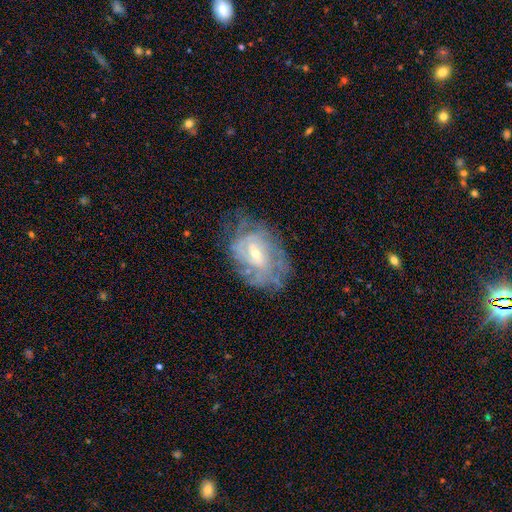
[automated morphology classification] smooth_or_featured: featured or disk (p=0.73) [alt: smooth p=0.17]
disk_edge_on: no (p=0.95) [alt: yes p=0.05]
bar: weak (p=0.50) [alt: no p=0.36]
has_spiral_arms: yes (p=0.77) [alt: no p=0.23]
spiral_winding: tight (p=0.60) [alt: medium p=0.29]
spiral_arm_count: can't tell (p=0.58) [alt: 2 p=0.18]
bulge_size: small (p=0.56) [alt: moderate p=0.39]
merging: none (p=0.63) [alt: minor disturbance p=0.24]